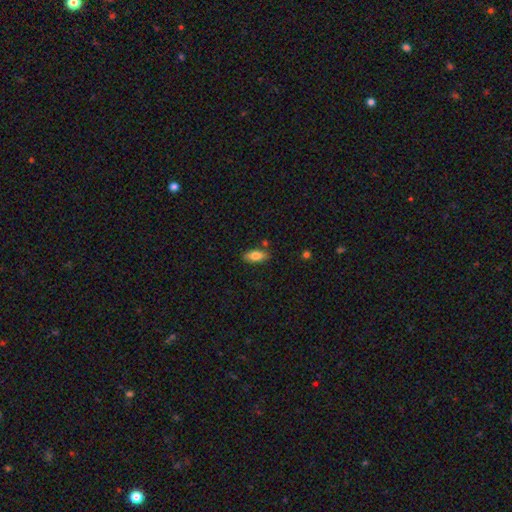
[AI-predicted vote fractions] smooth_or_featured: smooth (p=0.80) [alt: featured or disk p=0.13]
how_rounded: in between (p=0.81) [alt: cigar-shaped p=0.17]
merging: none (p=0.81) [alt: minor disturbance p=0.12]